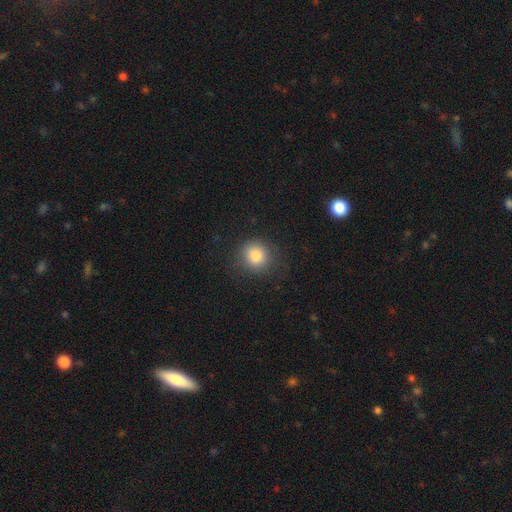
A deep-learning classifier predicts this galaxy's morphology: smooth_or_featured: smooth (p=0.83) [alt: star or artifact p=0.11]
how_rounded: round (p=0.86) [alt: in between p=0.13]
merging: none (p=0.84) [alt: minor disturbance p=0.11]